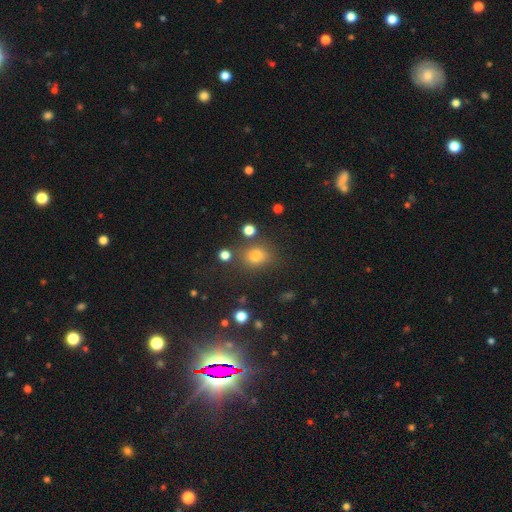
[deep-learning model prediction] A smooth galaxy with no disk features (73%) that is round (62%). Merging: none (73%).